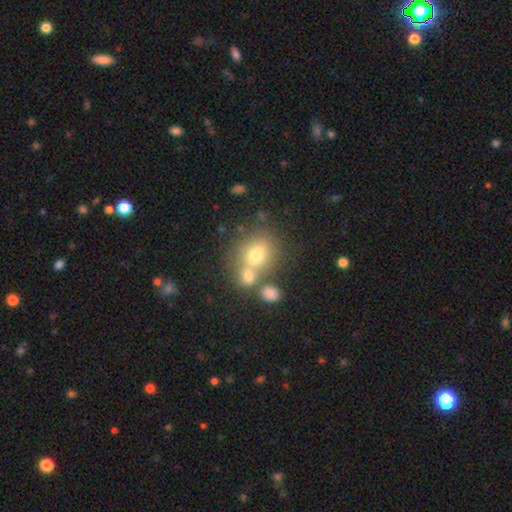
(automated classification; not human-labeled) A smooth galaxy with no disk features (69%) that is round (63%).

Vote fractions:
- Smooth or featured? smooth: 69% / featured or disk: 17% / star or artifact: 15%
- How rounded? round: 63% / in between: 36% / cigar-shaped: 1%
- Merging? none: 48% / merger: 38% / minor disturbance: 10% / major disturbance: 4%